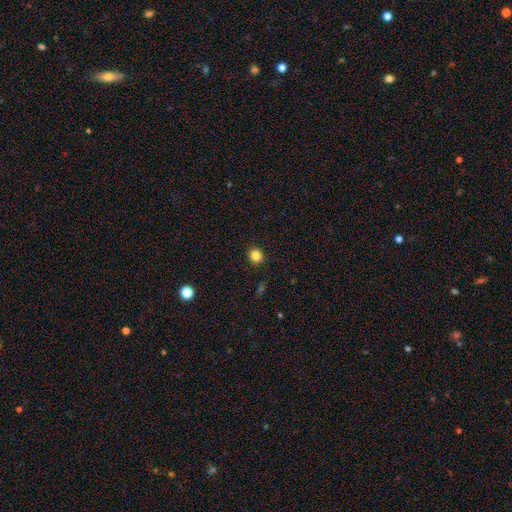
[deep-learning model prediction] Overall: smooth (83%). How rounded: round (82%). Merging: none (91%).